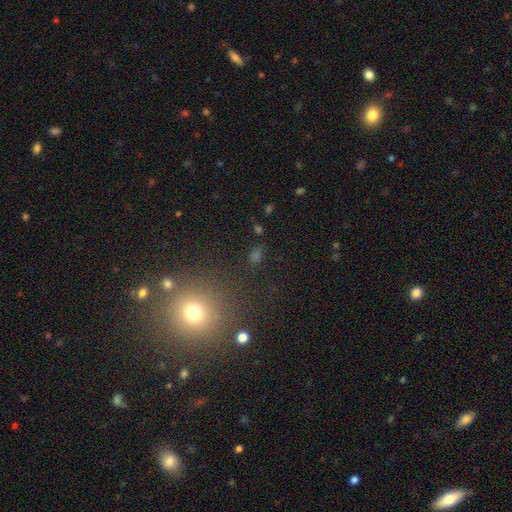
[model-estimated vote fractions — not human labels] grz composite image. It shows a smooth galaxy with no disk features (50%) that is round (73%). Merging: none (82%).